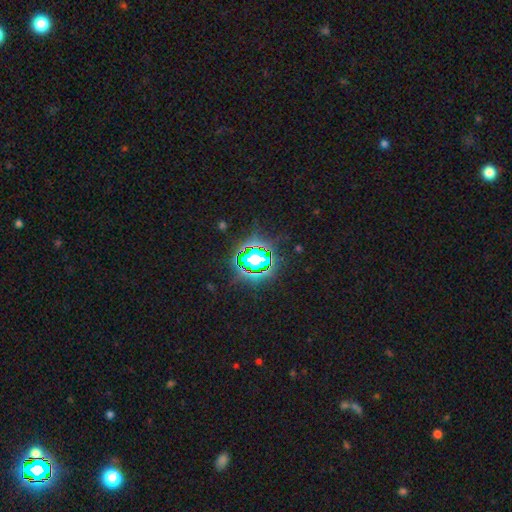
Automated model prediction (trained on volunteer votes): A star or artifact, not a galaxy (73%).